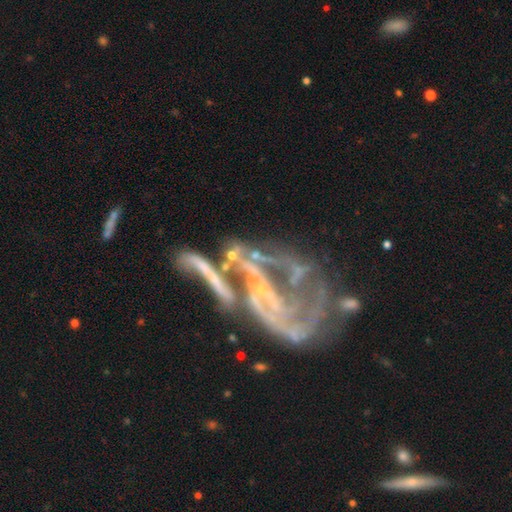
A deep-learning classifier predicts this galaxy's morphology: The model was most divided on "merging": major disturbance: 40%, merger: 31%, none: 18%, minor disturbance: 11%. More confident: edge-on disk — no (96%); smooth or featured — featured or disk (79%); spiral arms — yes (61%); bulge size — none (60%); bar — no (56%).